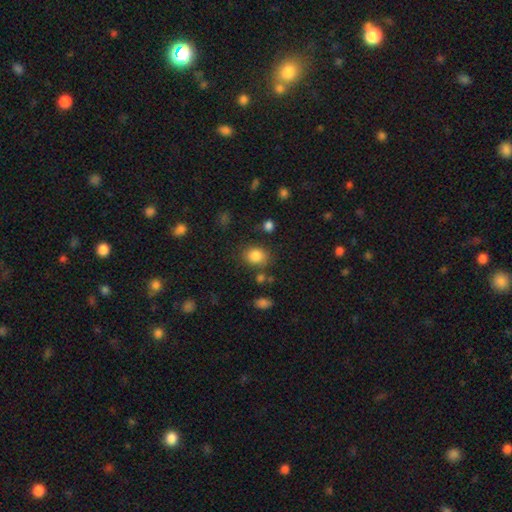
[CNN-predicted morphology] Smooth or featured: smooth — 84% (star or artifact — 10%)
How rounded: round — 54% (in between — 46%)
Merging: none — 76% (minor disturbance — 13%)